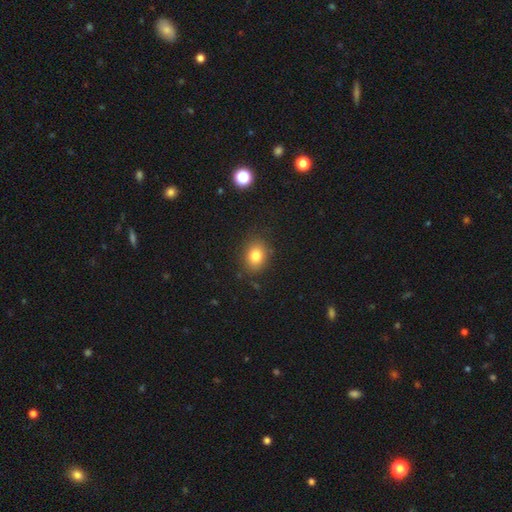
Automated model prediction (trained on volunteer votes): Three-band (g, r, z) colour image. It shows a smooth galaxy with no disk features (80%) that is in between round and cigar-shaped (53%). Merging: none (84%).